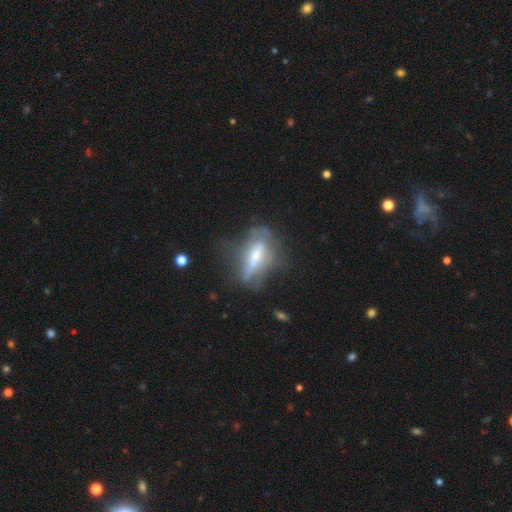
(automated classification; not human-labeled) Smooth or featured? Predicted: featured or disk (p=0.57). Edge-on disk? Predicted: yes (p=0.50, tied with no). Merging? Predicted: none (p=0.49).